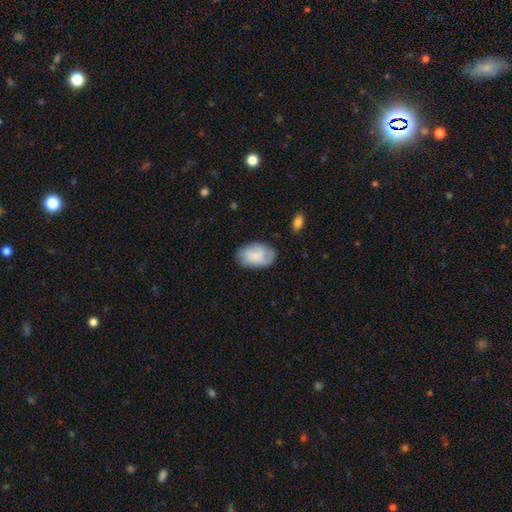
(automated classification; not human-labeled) Smooth or featured? smooth (66%)
How rounded? in between (89%)
Merging? none (70%)